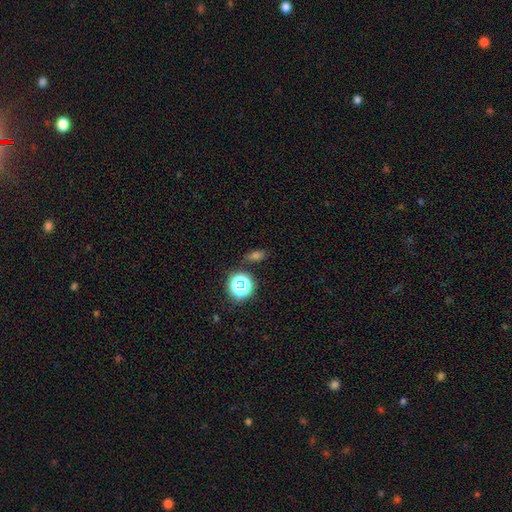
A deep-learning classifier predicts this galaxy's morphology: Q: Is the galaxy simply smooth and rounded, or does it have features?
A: smooth — 59%.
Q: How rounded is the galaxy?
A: in between — 63%.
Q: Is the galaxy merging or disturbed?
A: none — 80%.